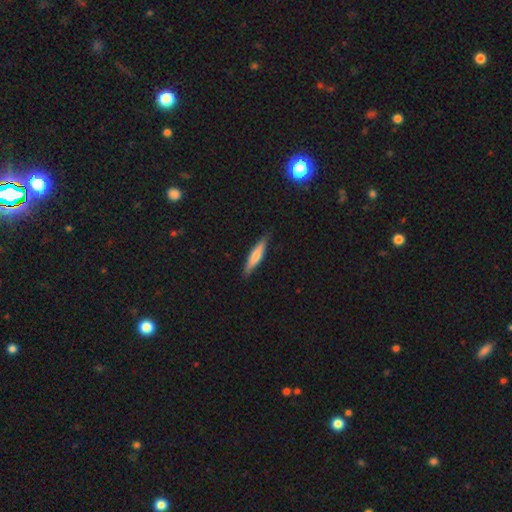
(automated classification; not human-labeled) A smooth galaxy with no disk features (63%) that is cigar-shaped (83%). Merging: none (84%).